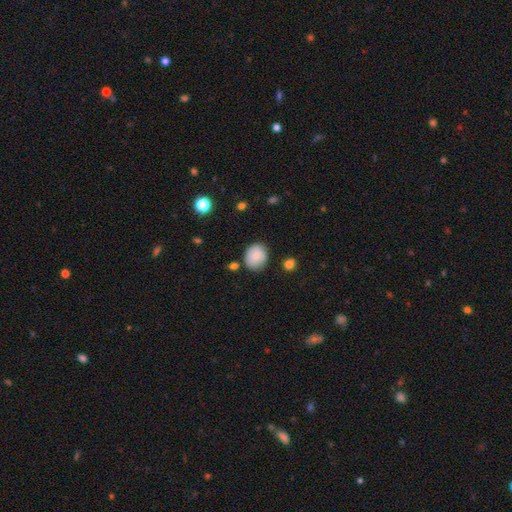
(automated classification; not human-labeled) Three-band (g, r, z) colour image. It shows a smooth galaxy with no disk features (82%) that is round (66%). Merging: none (76%).